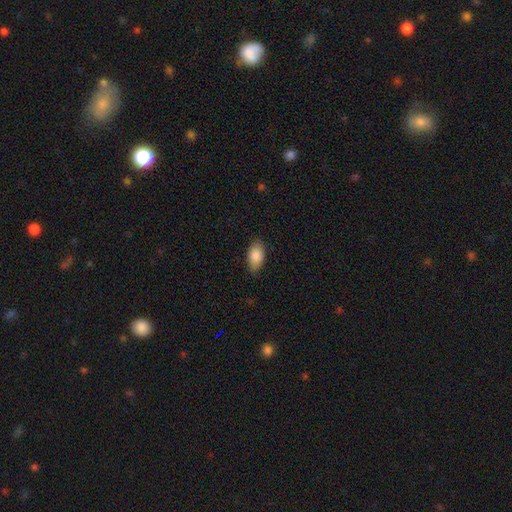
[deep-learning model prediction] Smooth or featured: smooth — 87% (featured or disk — 7%)
How rounded: in between — 92% (round — 5%)
Merging: none — 81% (minor disturbance — 15%)